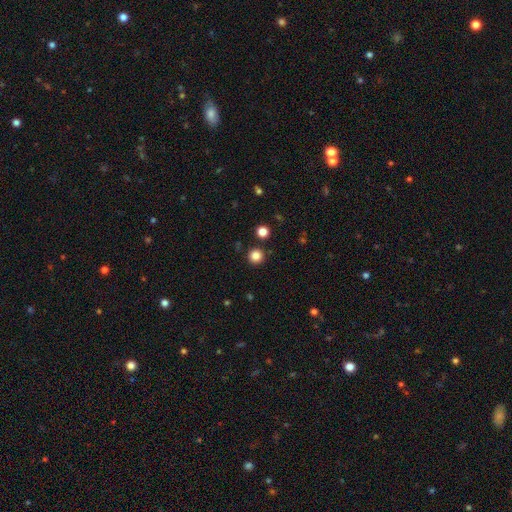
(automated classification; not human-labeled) A smooth galaxy with no disk features (84%) that is round (95%).

Vote fractions:
- Smooth or featured? smooth: 84% / star or artifact: 12% / featured or disk: 4%
- How rounded? round: 95% / in between: 4% / cigar-shaped: 1%
- Merging? none: 90% / minor disturbance: 5% / merger: 3% / major disturbance: 2%